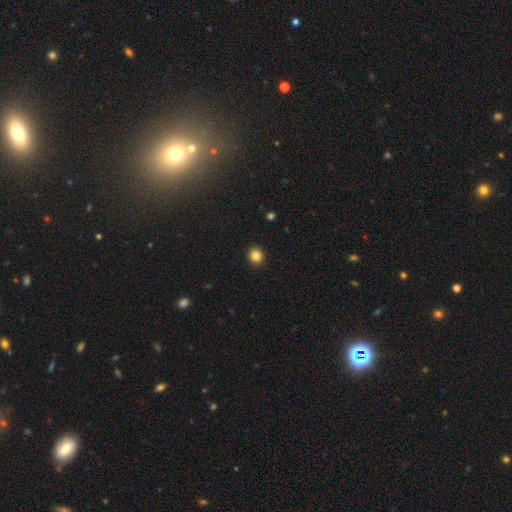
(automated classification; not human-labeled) Smooth or featured? smooth (85%)
How rounded? round (81%)
Merging? none (93%)